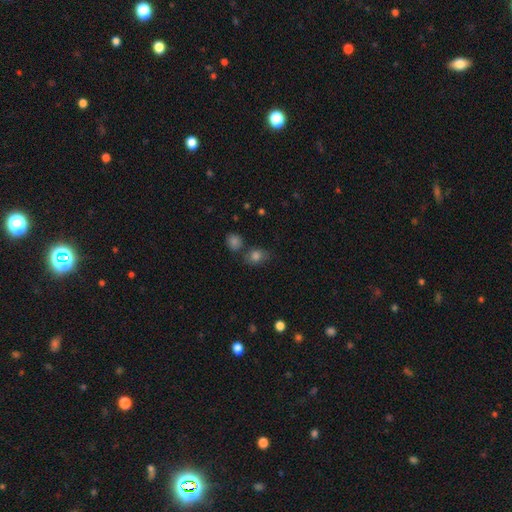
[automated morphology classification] smooth-or-featured: smooth: 75% | star or artifact: 16% | featured or disk: 9%
  how-rounded: round: 51% | in between: 48% | cigar-shaped: 2%
  merging: none: 63% | merger: 16% | minor disturbance: 16% | major disturbance: 6%